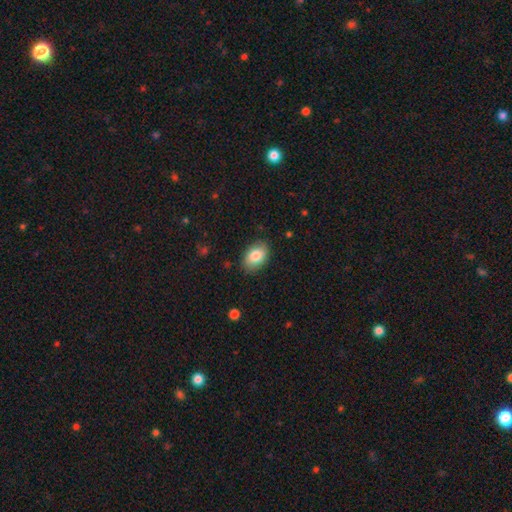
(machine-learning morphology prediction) Smooth or featured?
  - smooth: 84% *
  - featured or disk: 9%
  - star or artifact: 7%
How rounded?
  - in between: 89% *
  - round: 10%
  - cigar-shaped: 1%
Merging?
  - none: 86% *
  - minor disturbance: 11%
  - major disturbance: 3%
  - merger: 1%